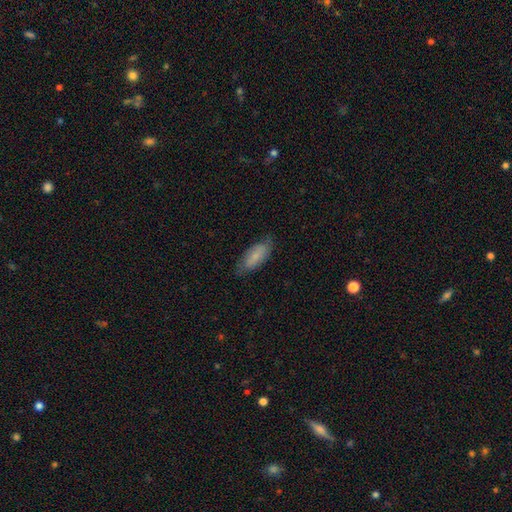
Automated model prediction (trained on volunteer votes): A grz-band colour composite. It shows a smooth galaxy with no disk features (66%) that is in between round and cigar-shaped (79%). Merging: none (73%).